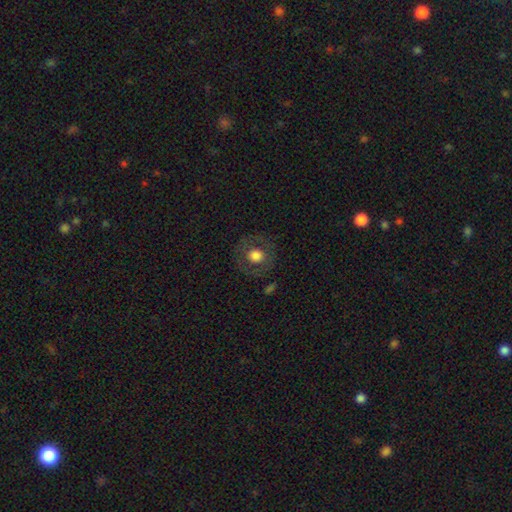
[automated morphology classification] A smooth galaxy with no disk features (61%) that is round (91%).

Vote fractions:
- Smooth or featured? smooth: 61% / featured or disk: 29% / star or artifact: 10%
- How rounded? round: 91% / in between: 8% / cigar-shaped: 1%
- Merging? none: 83% / minor disturbance: 10% / major disturbance: 6% / merger: 1%